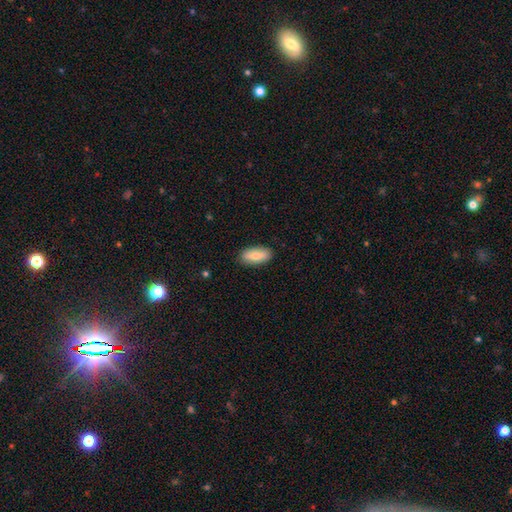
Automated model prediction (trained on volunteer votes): smooth-or-featured: smooth: 75% | featured or disk: 19% | star or artifact: 6%
  how-rounded: in between: 87% | cigar-shaped: 10% | round: 3%
  merging: none: 87% | minor disturbance: 10% | major disturbance: 2% | merger: 1%